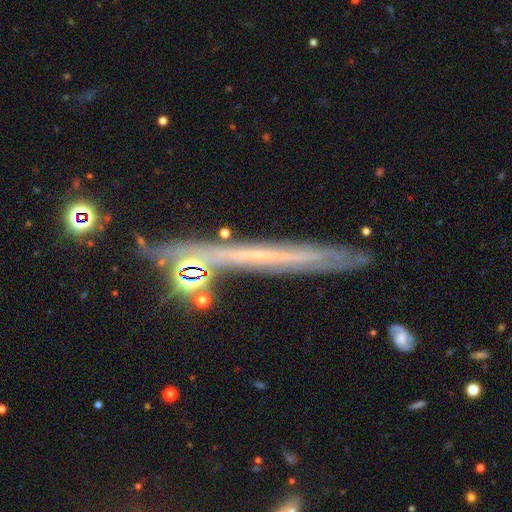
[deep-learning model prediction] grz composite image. It shows a featured or disk galaxy (57%) viewed edge-on (88%) with no central bulge (86%). Merging: none (71%).